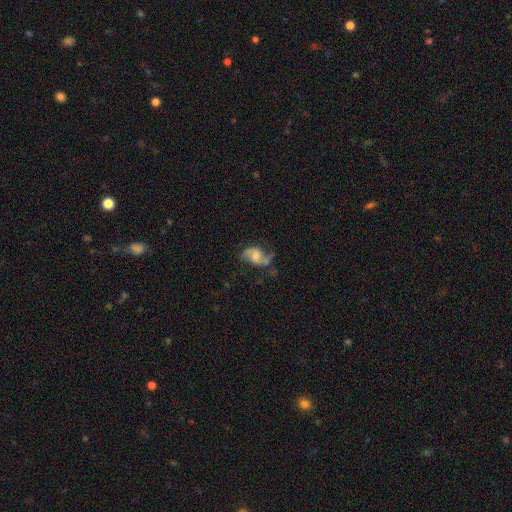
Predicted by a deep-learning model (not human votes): featured or disk 73%, smooth 19%, star or artifact 8%. Down the decision tree: edge-on disk — no (97%); bar — no (49%); spiral arms — yes (91%); spiral arm count — 2 (85%); spiral winding — loose (63%); bulge size — moderate (43%); merging — none (51%).